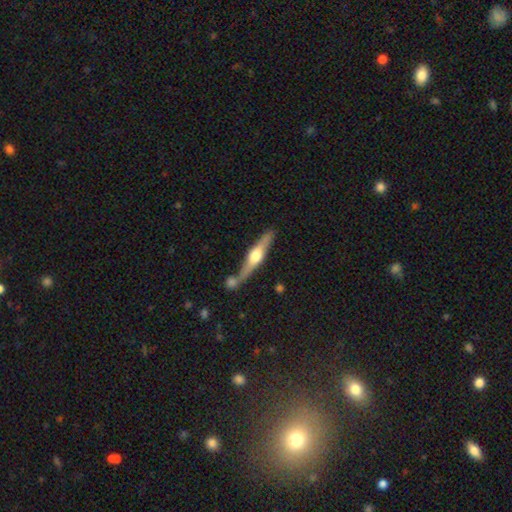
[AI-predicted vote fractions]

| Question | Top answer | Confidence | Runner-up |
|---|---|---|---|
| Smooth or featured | featured or disk | 66% | smooth (29%) |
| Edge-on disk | yes | 94% | no (6%) |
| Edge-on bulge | rounded | 93% | boxy (4%) |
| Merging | none | 63% | merger (18%) |